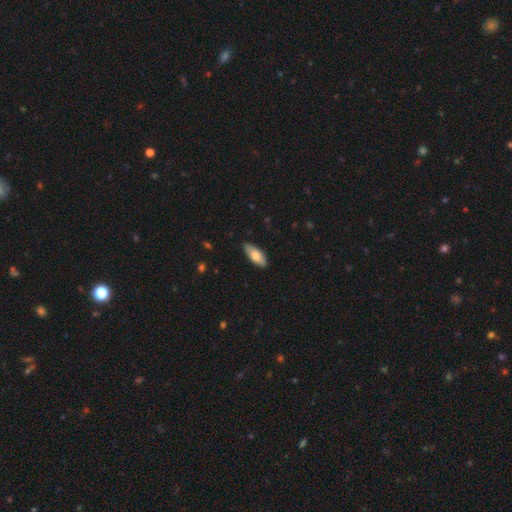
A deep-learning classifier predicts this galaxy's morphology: This is likely a smooth galaxy (73%). How rounded: likely in between (79%). Merging: clearly none (84%).